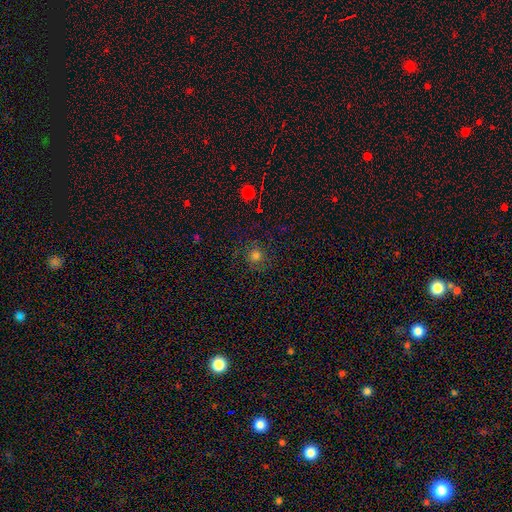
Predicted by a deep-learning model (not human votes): smooth_or_featured: smooth (p=0.74) [alt: star or artifact p=0.17]
how_rounded: round (p=0.91) [alt: in between p=0.08]
merging: none (p=0.82) [alt: minor disturbance p=0.11]